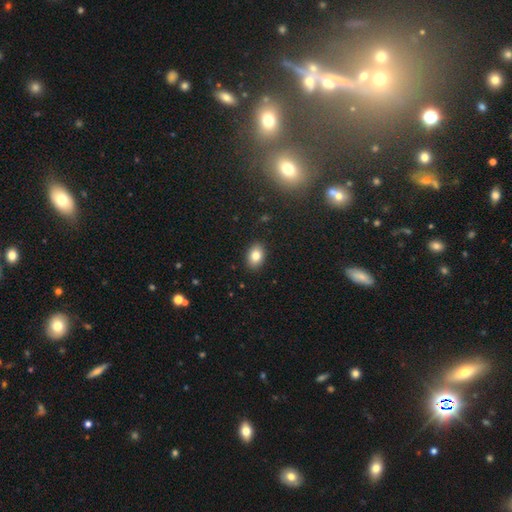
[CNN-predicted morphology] Smooth or featured? Predicted: smooth (p=0.82). How rounded? Predicted: in between (p=0.77). Merging? Predicted: none (p=0.89).